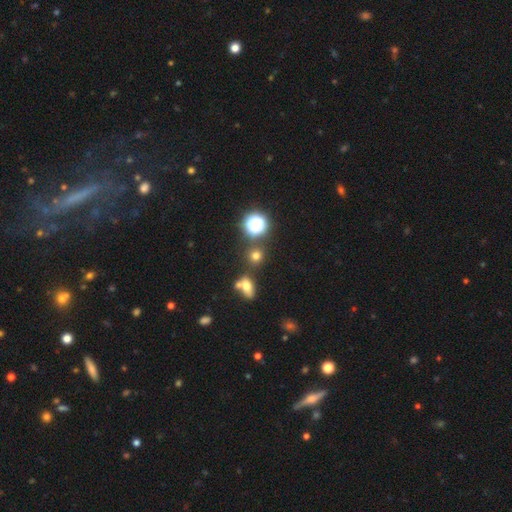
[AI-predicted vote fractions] Smooth or featured: smooth — 70% (star or artifact — 23%)
How rounded: round — 83% (in between — 15%)
Merging: none — 73% (merger — 15%)